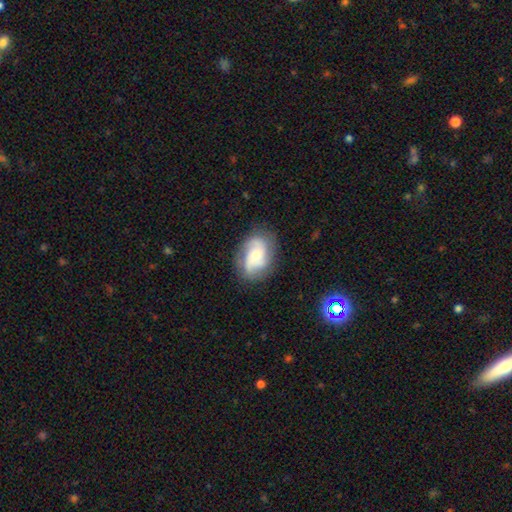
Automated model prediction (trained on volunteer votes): Smooth or featured?
  - featured or disk: 69% *
  - smooth: 24%
  - star or artifact: 7%
Edge-on disk?
  - no: 97% *
  - yes: 3%
Bar?
  - no: 69% *
  - weak: 26%
  - strong: 5%
Spiral arms?
  - yes: 93% *
  - no: 7%
Spiral winding?
  - medium: 46% *
  - tight: 32%
  - loose: 22%
Spiral arm count?
  - 3: 35% *
  - 2: 34%
  - can't tell: 17%
  - 4: 6%
  - 1: 4%
  - more than 4: 3%
Bulge size?
  - moderate: 46% *
  - small: 43%
  - large: 7%
  - none: 3%
  - dominant: 2%
Merging?
  - none: 74% *
  - minor disturbance: 17%
  - major disturbance: 7%
  - merger: 1%